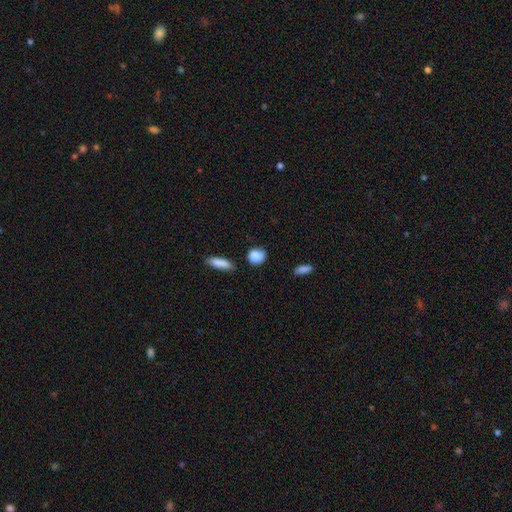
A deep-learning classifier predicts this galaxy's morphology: This appears to be a smooth galaxy with no disk features (86%) that is round (62%). Merging: none (70%).